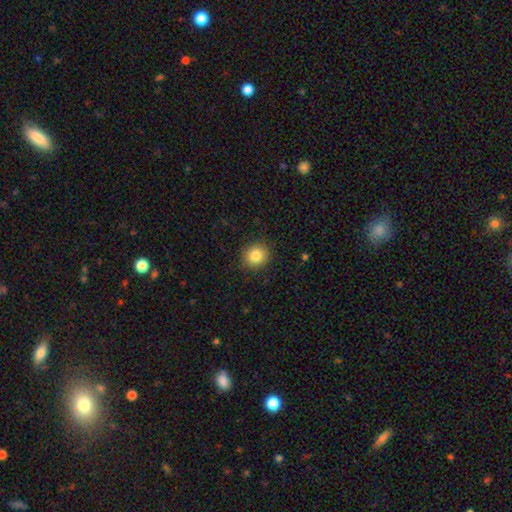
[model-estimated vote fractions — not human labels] smooth_or_featured: smooth (p=0.84) [alt: star or artifact p=0.10]
how_rounded: round (p=0.89) [alt: in between p=0.10]
merging: none (p=0.91) [alt: minor disturbance p=0.06]